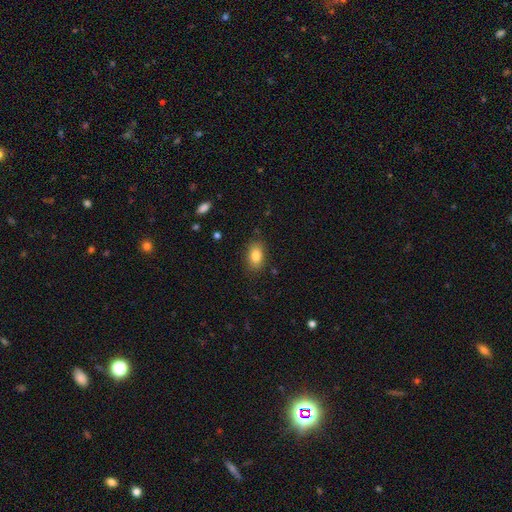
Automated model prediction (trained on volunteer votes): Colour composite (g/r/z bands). It shows a smooth galaxy with no disk features (84%) that is in between round and cigar-shaped (89%). Merging: none (85%).